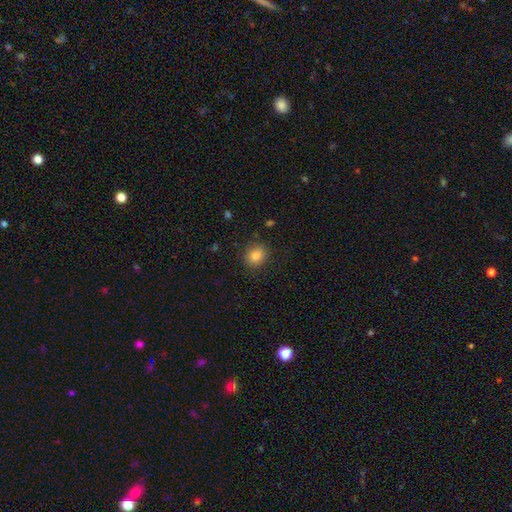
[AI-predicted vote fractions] Smooth or featured: smooth — 85% (star or artifact — 10%)
How rounded: round — 80% (in between — 19%)
Merging: none — 87% (minor disturbance — 9%)